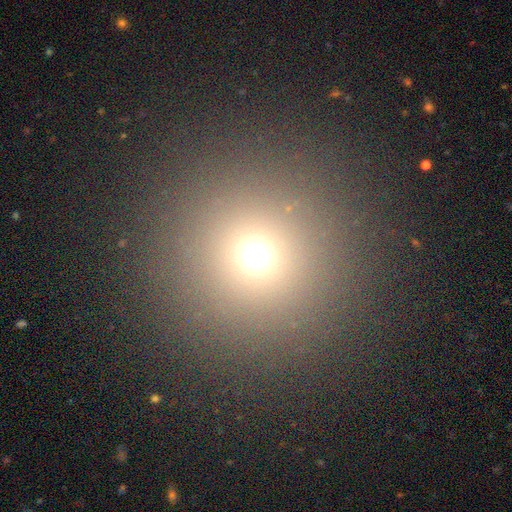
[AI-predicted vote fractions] smooth-or-featured: smooth: 66% | star or artifact: 27% | featured or disk: 8%
  how-rounded: round: 95% | in between: 4% | cigar-shaped: 1%
  merging: none: 89% | minor disturbance: 5% | major disturbance: 4% | merger: 2%